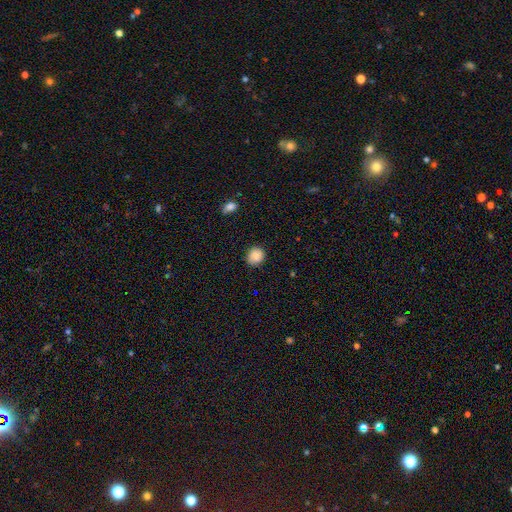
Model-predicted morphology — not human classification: Q: Smooth or featured?
A: smooth (86%); runner-up: star or artifact (9%)
Q: How rounded?
A: round (82%); runner-up: in between (17%)
Q: Merging?
A: none (86%); runner-up: minor disturbance (11%)